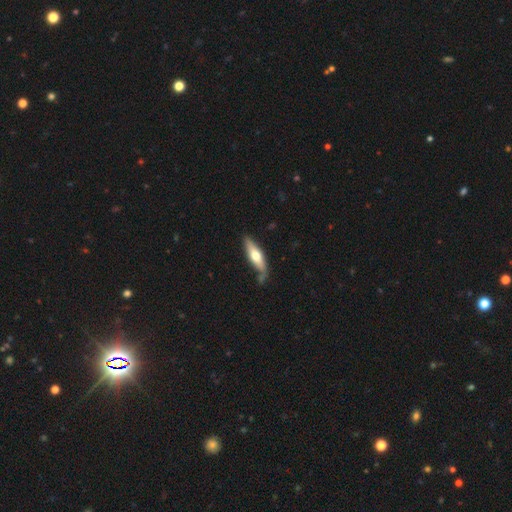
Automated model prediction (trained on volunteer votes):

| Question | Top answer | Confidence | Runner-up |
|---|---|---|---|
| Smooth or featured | smooth | 53% | featured or disk (42%) |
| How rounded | cigar-shaped | 61% | in between (37%) |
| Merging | none | 65% | minor disturbance (23%) |